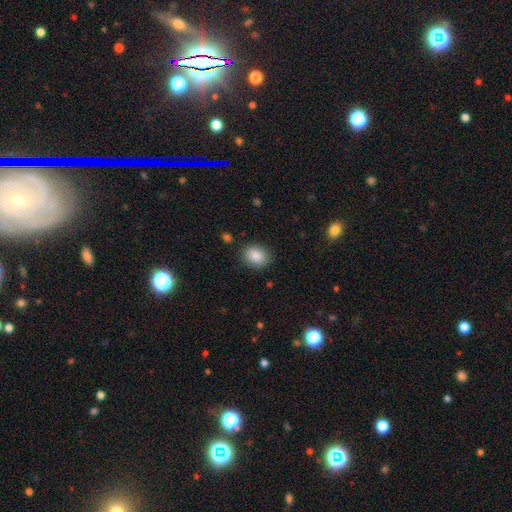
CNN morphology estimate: smooth_or_featured: smooth (p=0.88) [alt: star or artifact p=0.08]
how_rounded: in between (p=0.63) [alt: round p=0.36]
merging: none (p=0.86) [alt: minor disturbance p=0.10]